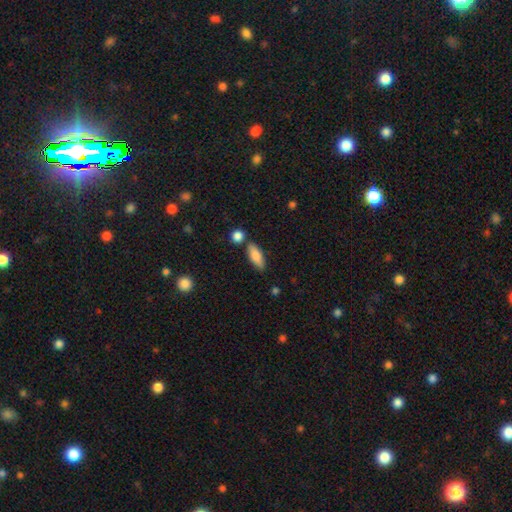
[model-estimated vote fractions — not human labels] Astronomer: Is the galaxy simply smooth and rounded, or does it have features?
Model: smooth — 81%.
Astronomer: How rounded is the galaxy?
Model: in between — 72%.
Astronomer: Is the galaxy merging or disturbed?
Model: none — 74%.